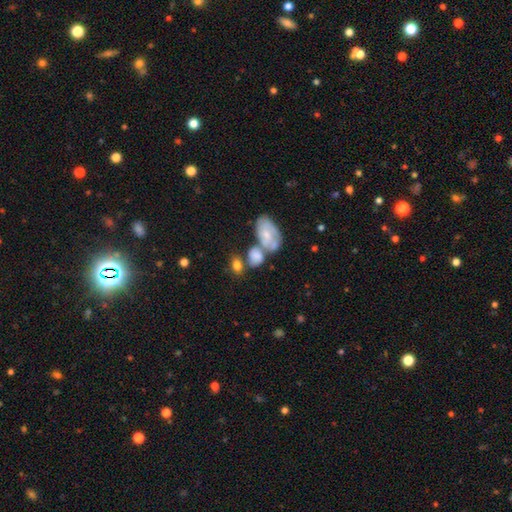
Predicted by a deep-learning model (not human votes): Morphology: type=smooth (61%); roundness=in between (74%); merging=merger (47%).